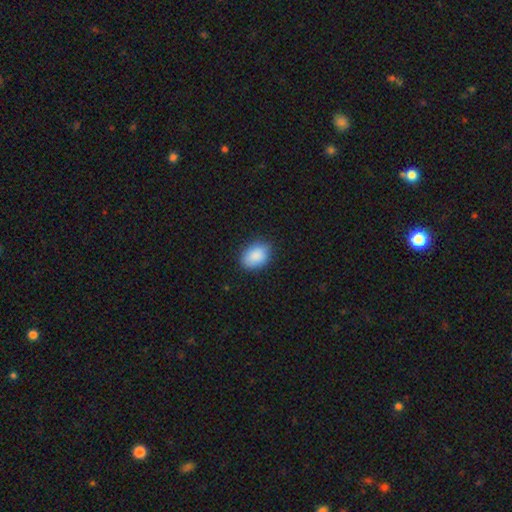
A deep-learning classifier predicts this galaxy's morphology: This appears to be a smooth galaxy with no disk features (90%) that is in between round and cigar-shaped (81%). Merging: none (85%).